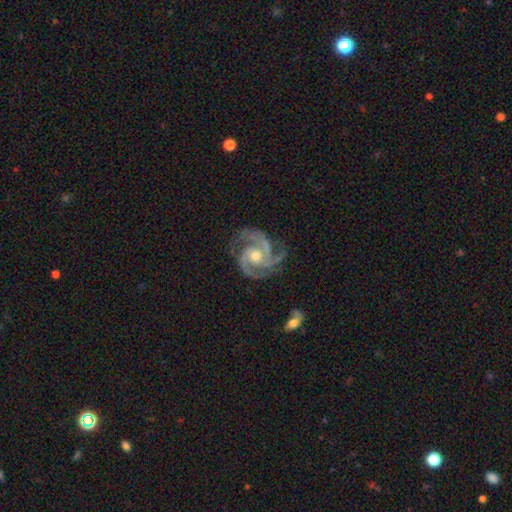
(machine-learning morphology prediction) Smooth or featured? featured or disk (94%)
Edge-on disk? no (98%)
Bar? no (66%)
Spiral arms? yes (99%)
Spiral winding? tight (49%)
Spiral arm count? 3 (65%)
Bulge size? moderate (70%)
Merging? none (75%)